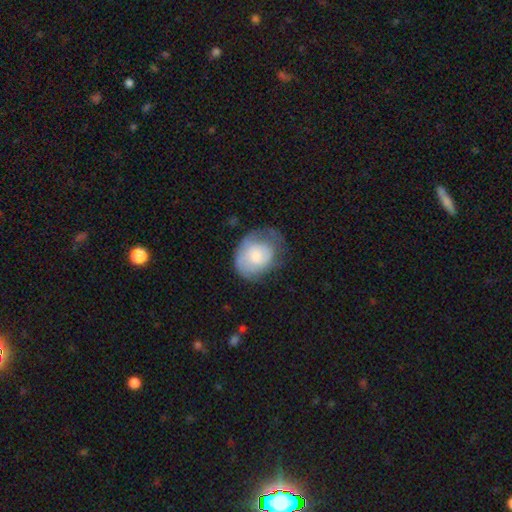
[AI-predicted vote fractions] Smooth or featured: smooth — 59% (featured or disk — 35%)
How rounded: in between — 51% (round — 48%)
Merging: none — 37% (minor disturbance — 34%)